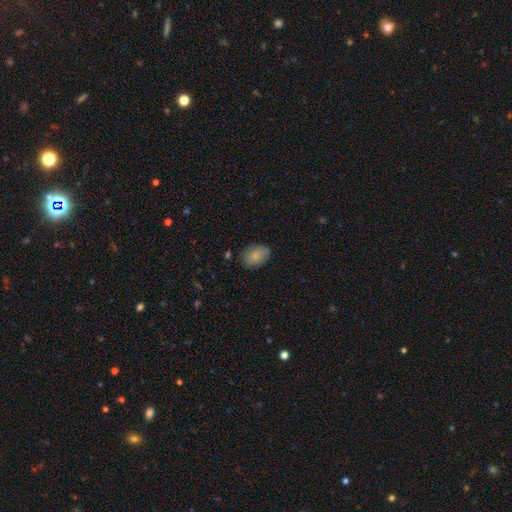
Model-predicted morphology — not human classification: A smooth galaxy with no disk features (84%) that is in between round and cigar-shaped (81%). Merging: none (78%).